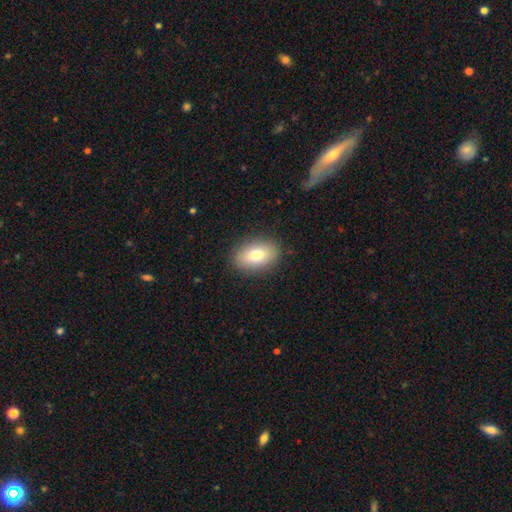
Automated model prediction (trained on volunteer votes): Morphology: type=smooth (79%); roundness=in between (87%); merging=none (88%).